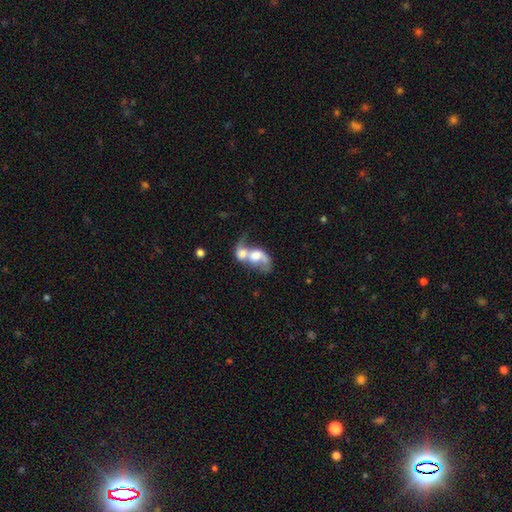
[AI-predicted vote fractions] featured or disk 50%, smooth 41%, star or artifact 9%. Down the decision tree: edge-on disk — no (96%); merging — merger (78%).